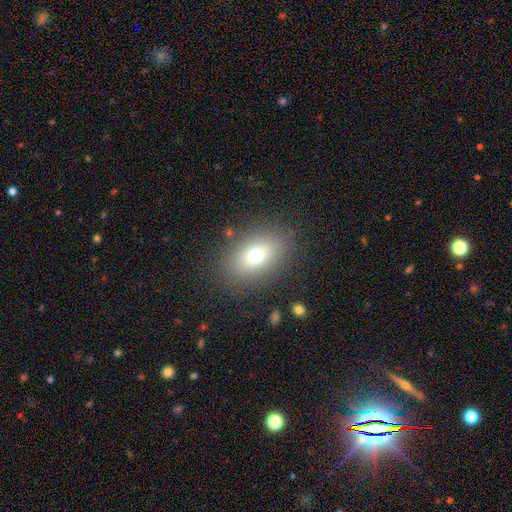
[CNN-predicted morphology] Overall: smooth (70%). How rounded: in between (78%). Merging: none (84%).